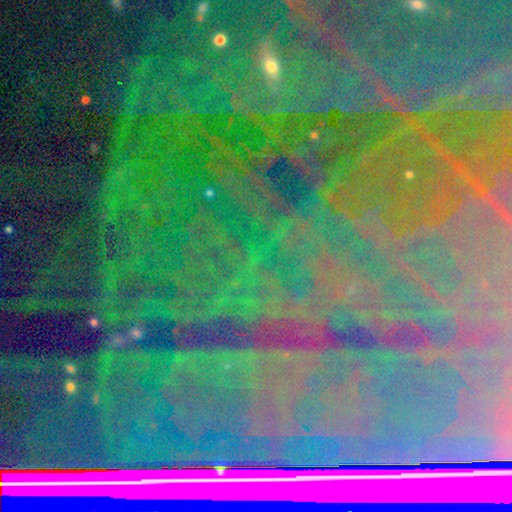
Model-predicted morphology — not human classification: smooth-or-featured: star or artifact: 86% | featured or disk: 8% | smooth: 6%